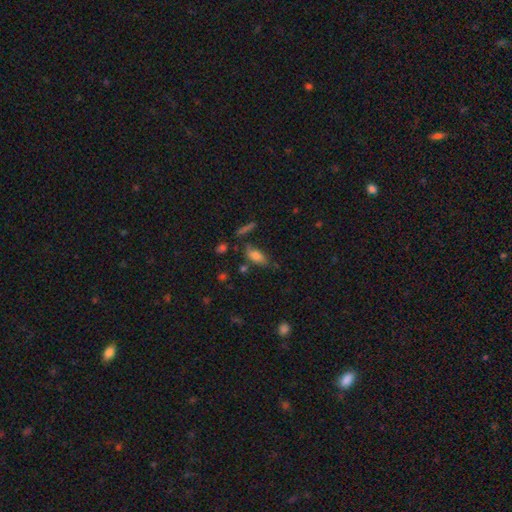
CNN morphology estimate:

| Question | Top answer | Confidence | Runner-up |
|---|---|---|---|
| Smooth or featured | smooth | 77% | featured or disk (14%) |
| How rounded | in between | 80% | cigar-shaped (17%) |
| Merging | none | 64% | minor disturbance (21%) |